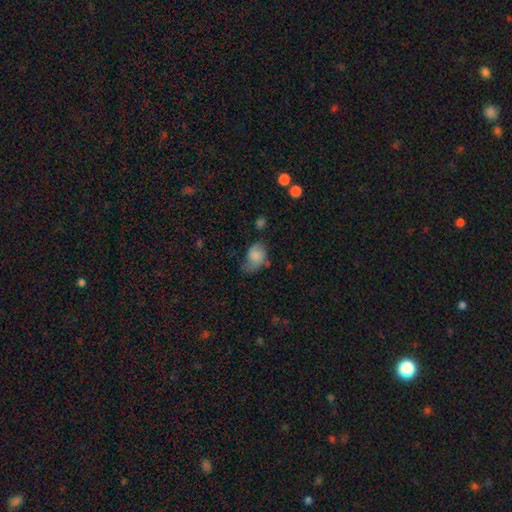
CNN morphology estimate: smooth-or-featured: smooth: 74% | featured or disk: 18% | star or artifact: 8%
  how-rounded: in between: 76% | round: 23% | cigar-shaped: 1%
  merging: minor disturbance: 39% | none: 37% | major disturbance: 20% | merger: 4%